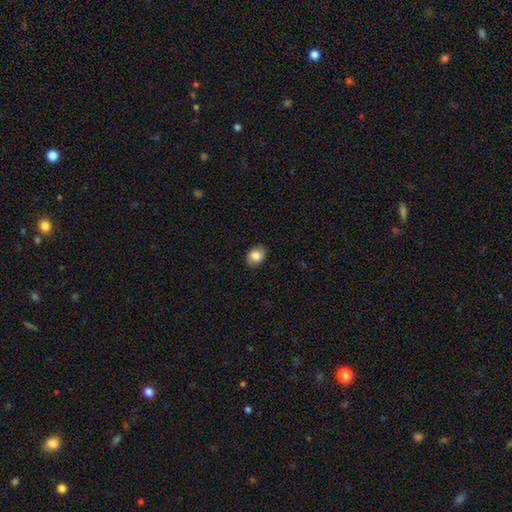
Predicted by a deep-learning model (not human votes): Smooth or featured? smooth (83%)
How rounded? in between (58%)
Merging? none (85%)